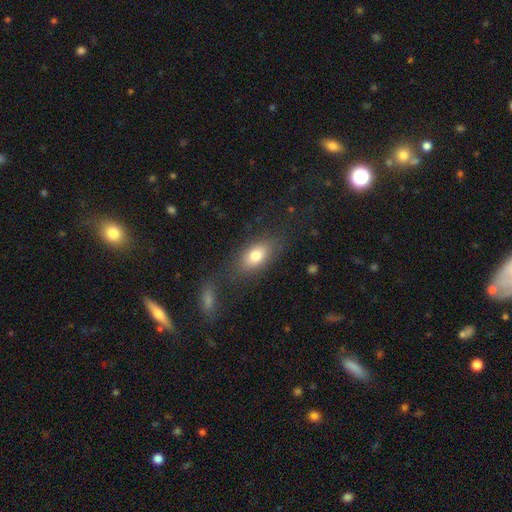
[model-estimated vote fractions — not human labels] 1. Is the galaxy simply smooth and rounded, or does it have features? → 77% smooth, 14% featured or disk, 9% star or artifact.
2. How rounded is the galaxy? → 84% in between, 10% round, 6% cigar-shaped.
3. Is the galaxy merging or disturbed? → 70% none, 15% minor disturbance, 8% merger, 7% major disturbance.